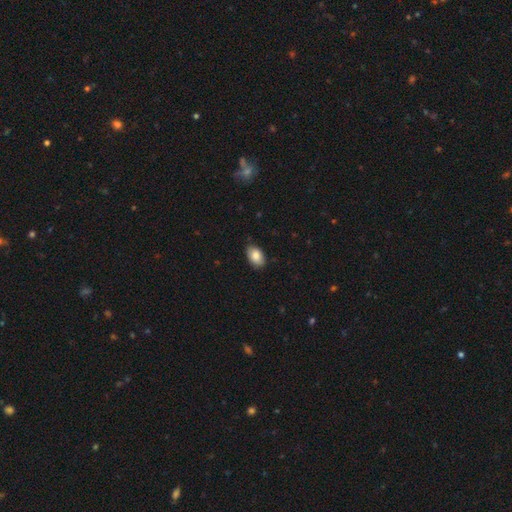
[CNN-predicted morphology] Smooth or featured?
  - smooth: 86% *
  - star or artifact: 7%
  - featured or disk: 7%
How rounded?
  - in between: 91% *
  - round: 8%
  - cigar-shaped: 1%
Merging?
  - none: 85% *
  - minor disturbance: 12%
  - major disturbance: 2%
  - merger: 1%